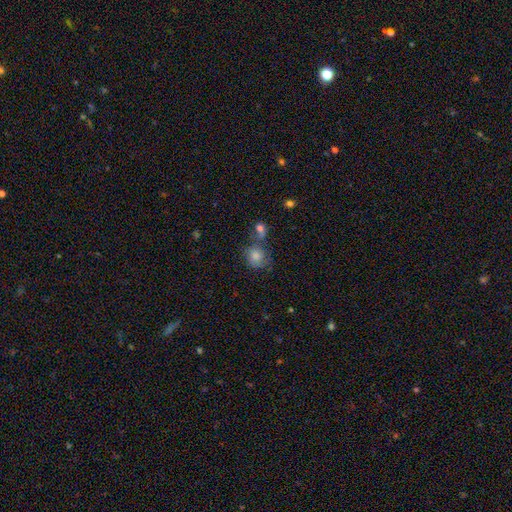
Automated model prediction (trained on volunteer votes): Overall: smooth (62%; featured or disk 23%). How rounded: round (78%). Merging: none (51%; merger 23%).